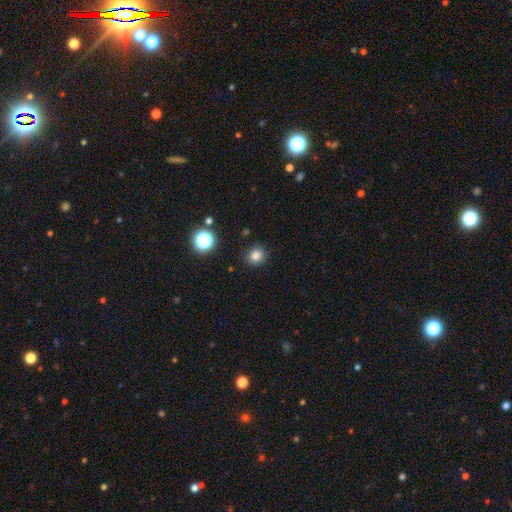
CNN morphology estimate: smooth 82%, star or artifact 13%, featured or disk 4%. Down the decision tree: how rounded — round (82%); merging — none (87%).